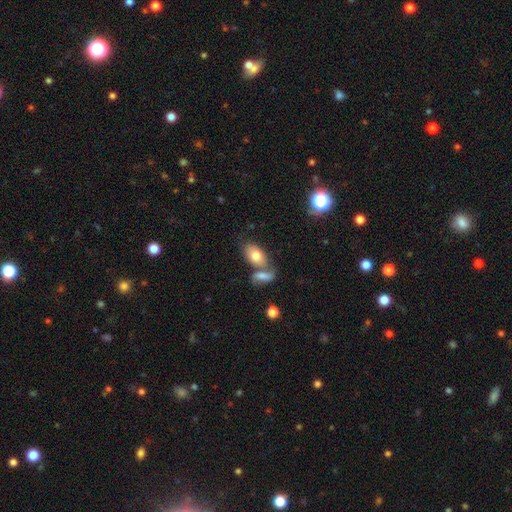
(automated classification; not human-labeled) Smooth or featured: smooth — 75% (featured or disk — 17%)
How rounded: in between — 91% (round — 7%)
Merging: none — 45% (merger — 38%)